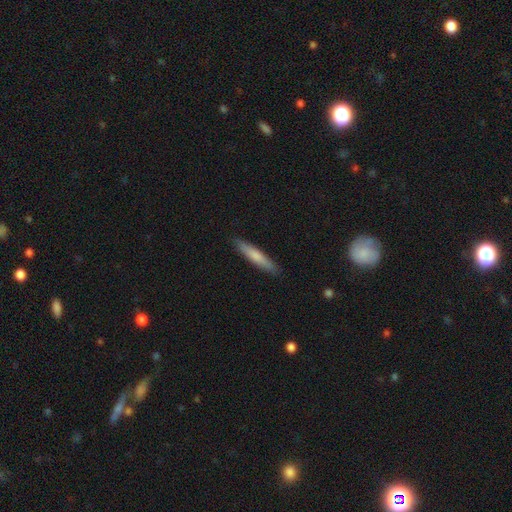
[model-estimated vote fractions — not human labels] A smooth galaxy with no disk features (72%) that is cigar-shaped (90%).

Vote fractions:
- Smooth or featured? smooth: 72% / featured or disk: 23% / star or artifact: 5%
- How rounded? cigar-shaped: 90% / in between: 8% / round: 1%
- Merging? none: 90% / minor disturbance: 7% / major disturbance: 1% / merger: 1%